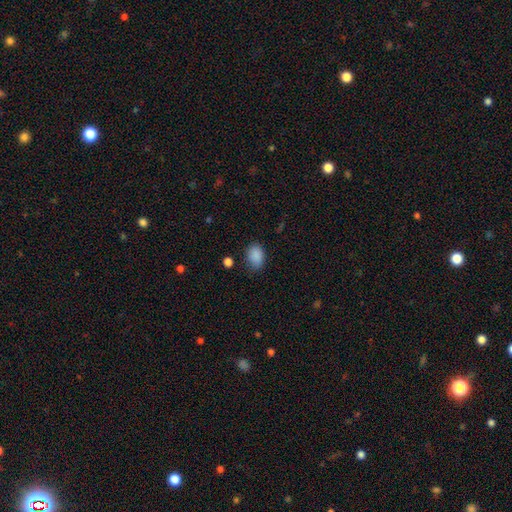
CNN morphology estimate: The model was most divided on "how rounded": in between: 77%, round: 22%, cigar-shaped: 1%. More confident: smooth or featured — smooth (88%); merging — none (76%).